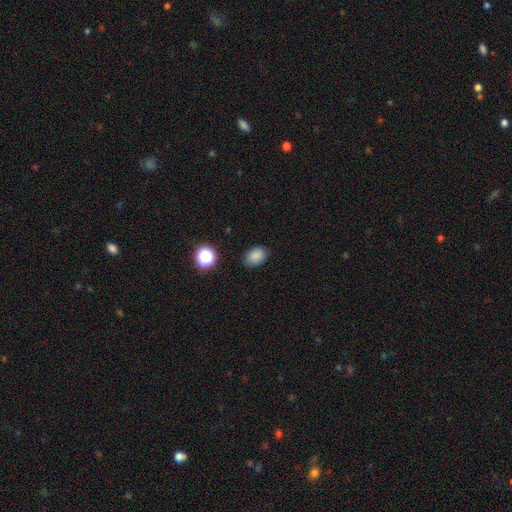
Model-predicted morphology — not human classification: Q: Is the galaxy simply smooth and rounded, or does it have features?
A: smooth — 83%.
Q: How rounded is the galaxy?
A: in between — 75%.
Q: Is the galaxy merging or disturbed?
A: none — 84%.